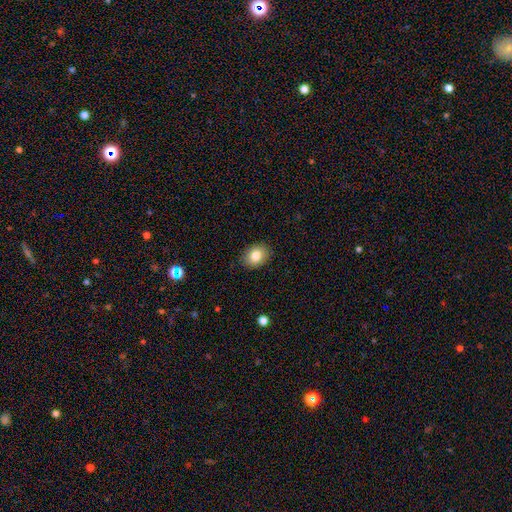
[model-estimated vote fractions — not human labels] This is clearly a smooth galaxy (84%). How rounded: likely in between (65%). Merging: clearly none (87%).